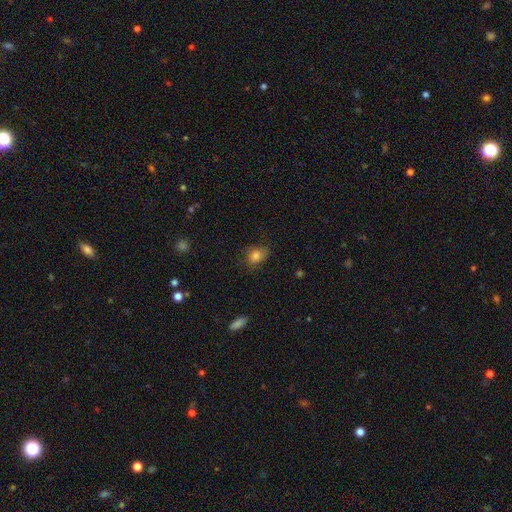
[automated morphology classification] smooth 80%, star or artifact 10%, featured or disk 10%. Down the decision tree: how rounded — in between (54%); merging — none (66%).